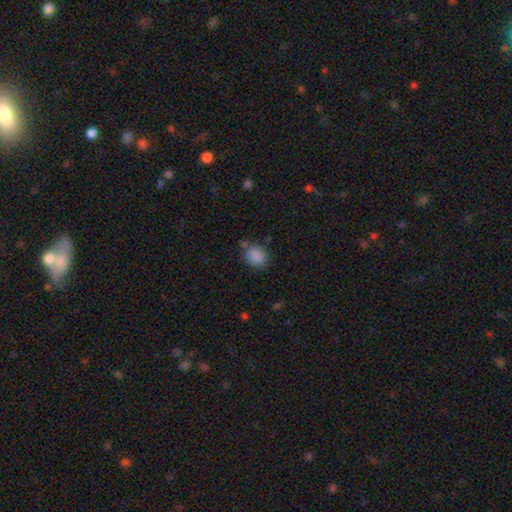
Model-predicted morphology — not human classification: Q: Smooth or featured?
A: smooth (86%); runner-up: star or artifact (10%)
Q: How rounded?
A: round (58%); runner-up: in between (41%)
Q: Merging?
A: none (73%); runner-up: minor disturbance (17%)